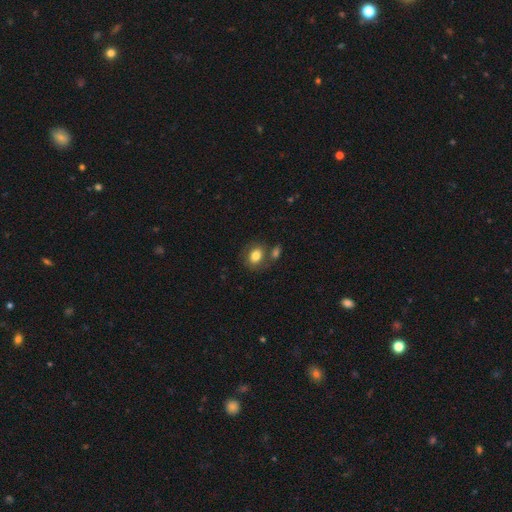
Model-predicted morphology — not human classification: Smooth or featured?
  - smooth: 79% *
  - featured or disk: 12%
  - star or artifact: 9%
How rounded?
  - in between: 61% *
  - round: 37%
  - cigar-shaped: 1%
Merging?
  - none: 59% *
  - merger: 22%
  - minor disturbance: 14%
  - major disturbance: 5%